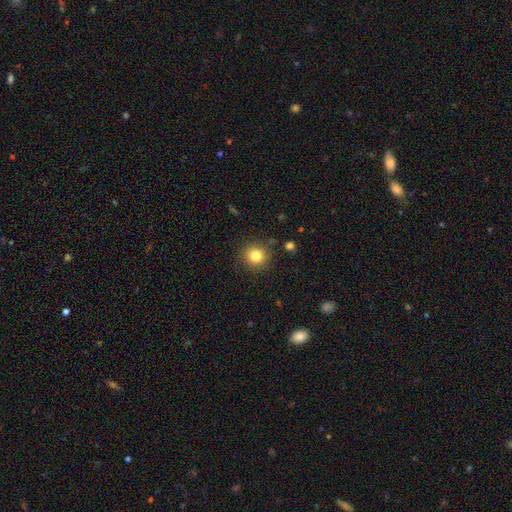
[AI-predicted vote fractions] Smooth or featured? smooth (82%)
How rounded? round (92%)
Merging? none (88%)